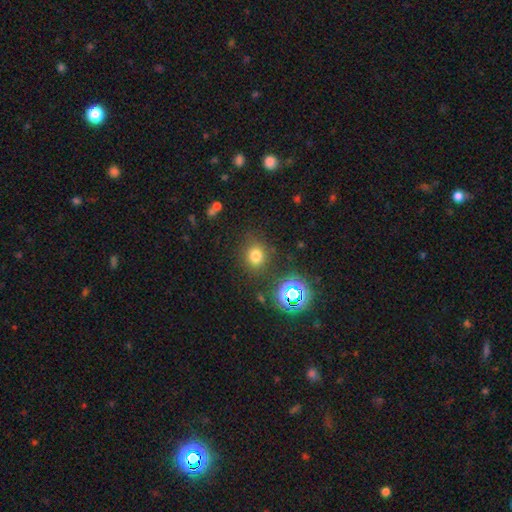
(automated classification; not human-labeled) The model was most divided on "smooth or featured": smooth: 71%, star or artifact: 21%, featured or disk: 7%. More confident: merging — none (81%); how rounded — round (77%).